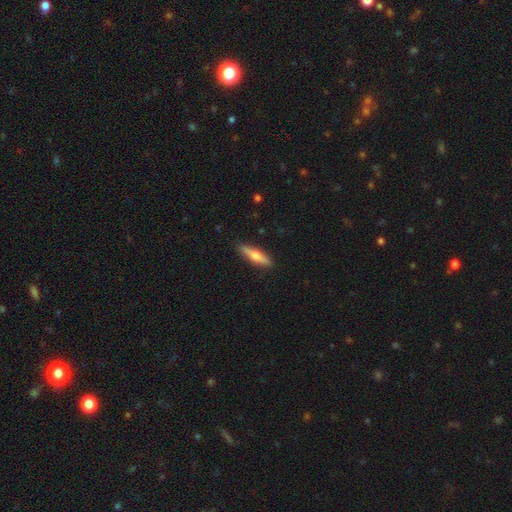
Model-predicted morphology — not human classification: Smooth or featured: smooth — 56% (featured or disk — 38%)
How rounded: cigar-shaped — 76% (in between — 22%)
Merging: none — 89% (minor disturbance — 8%)